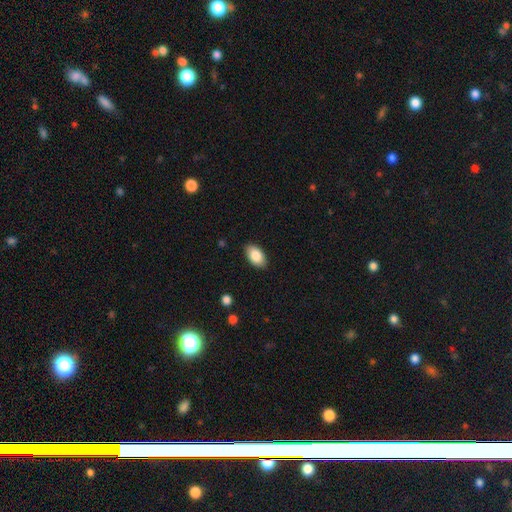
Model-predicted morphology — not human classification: This is clearly a smooth galaxy (85%). How rounded: clearly in between (94%). Merging: clearly none (87%).